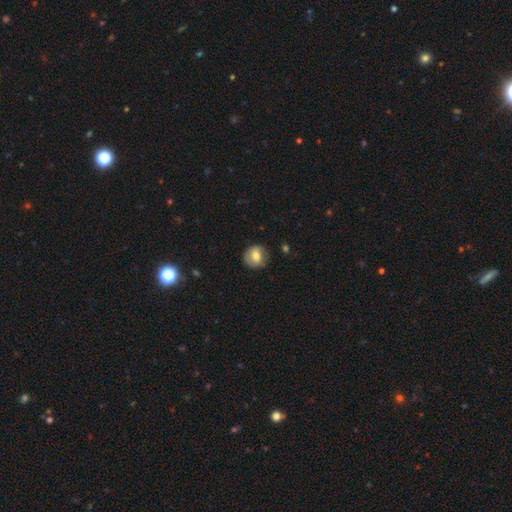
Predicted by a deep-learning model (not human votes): Morphology: type=smooth (68%); roundness=round (79%); merging=none (79%).